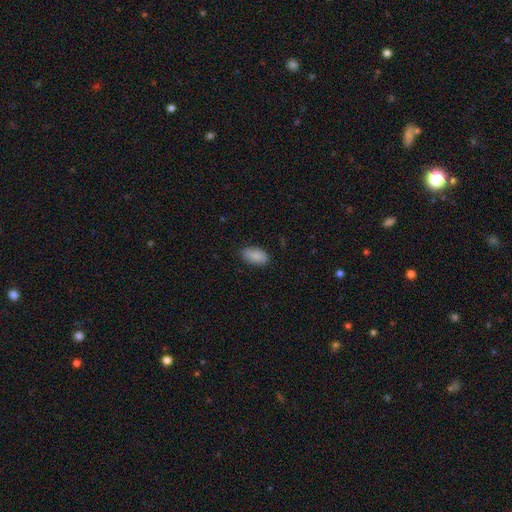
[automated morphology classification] This is clearly a smooth galaxy (86%). How rounded: clearly in between (93%). Merging: clearly none (84%).